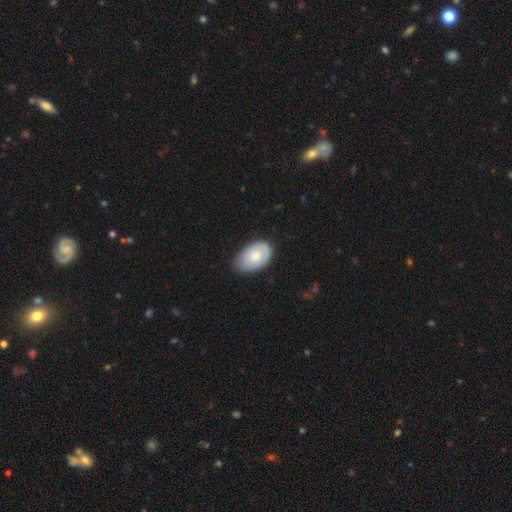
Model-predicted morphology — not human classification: smooth 72%, featured or disk 23%, star or artifact 6%. Down the decision tree: how rounded — in between (91%); merging — none (62%).